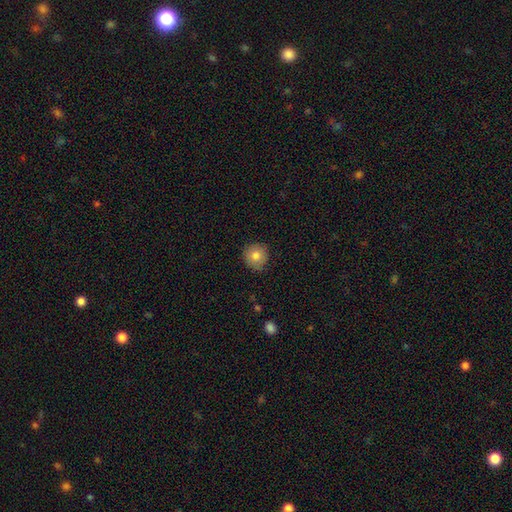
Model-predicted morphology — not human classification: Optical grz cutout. It shows a smooth galaxy with no disk features (80%) that is round (92%). Merging: none (83%).